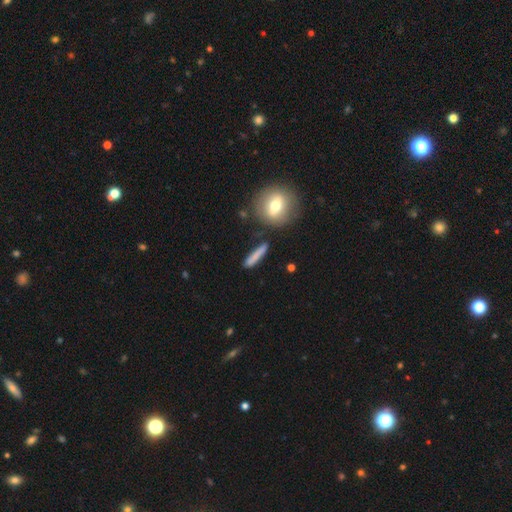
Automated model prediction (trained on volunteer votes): smooth-or-featured: smooth: 72% | featured or disk: 21% | star or artifact: 7%
  how-rounded: cigar-shaped: 90% | in between: 7% | round: 3%
  merging: none: 82% | minor disturbance: 11% | merger: 4% | major disturbance: 3%